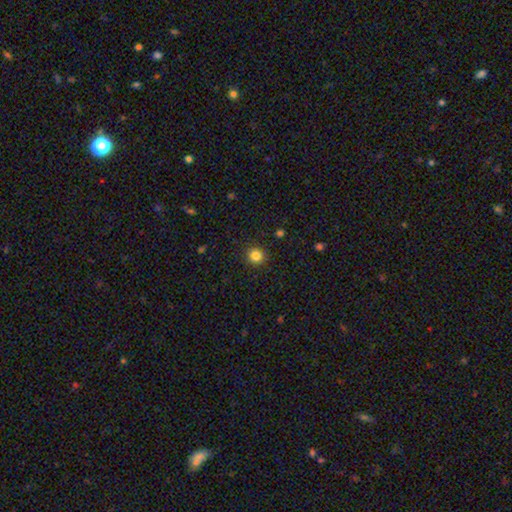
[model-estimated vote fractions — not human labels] smooth_or_featured: smooth (p=0.84) [alt: star or artifact p=0.11]
how_rounded: round (p=0.90) [alt: in between p=0.09]
merging: none (p=0.91) [alt: minor disturbance p=0.06]